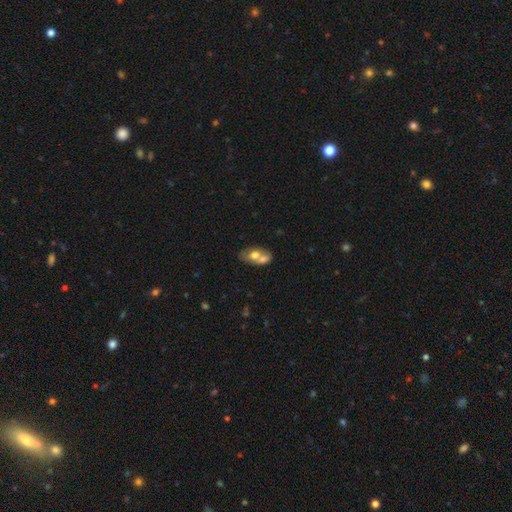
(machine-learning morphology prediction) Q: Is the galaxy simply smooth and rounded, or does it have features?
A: smooth — 60%.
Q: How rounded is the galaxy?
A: in between — 85%.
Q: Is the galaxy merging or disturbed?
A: merger — 56%.